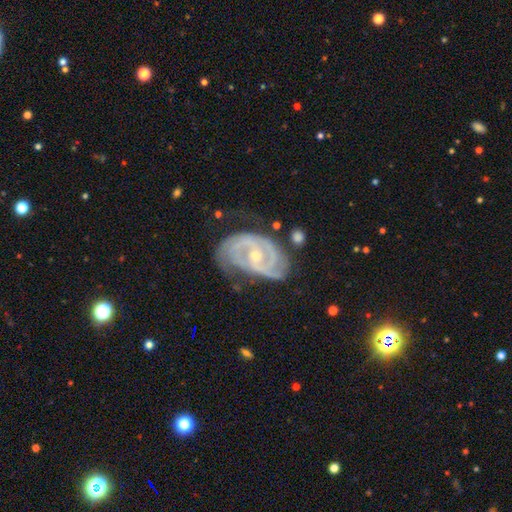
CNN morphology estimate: type=featured or disk (90%); edge-on=no (97%); bar=no (49%); spiral arms=yes (97%); winding=tight (61%); arm count=2 (56%); bulge=small (52%); merging=none (59%).